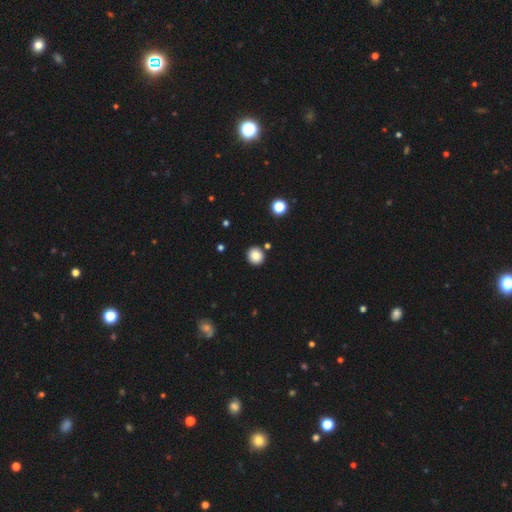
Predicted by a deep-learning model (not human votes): A smooth galaxy with no disk features (84%) that is round (88%). Merging: none (89%).